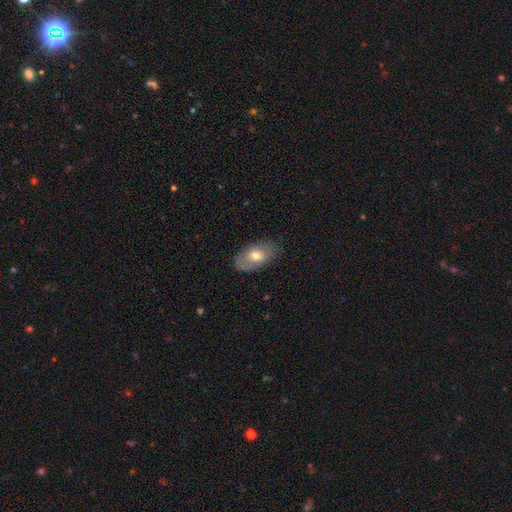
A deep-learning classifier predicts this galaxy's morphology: type=smooth (66%); roundness=in between (92%); merging=none (80%).